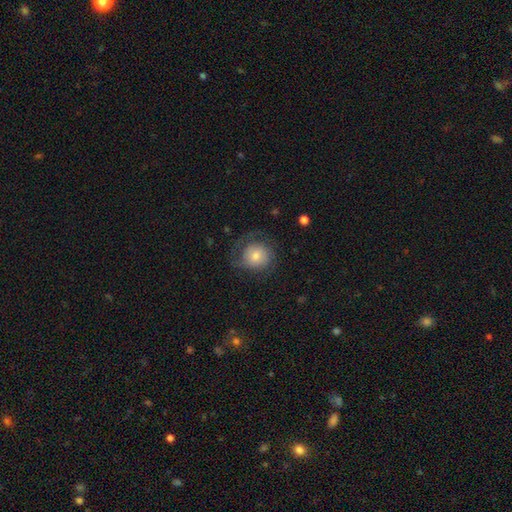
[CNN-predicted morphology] smooth 50%, featured or disk 41%, star or artifact 9%. Down the decision tree: merging — none (63%).